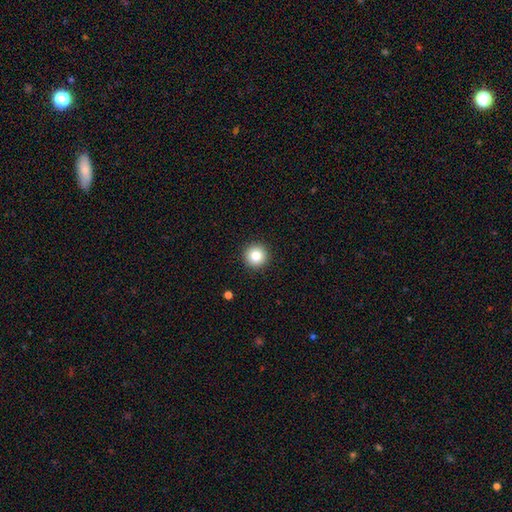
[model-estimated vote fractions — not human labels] Smooth or featured?
  - smooth: 83% *
  - star or artifact: 10%
  - featured or disk: 7%
How rounded?
  - round: 96% *
  - in between: 3%
  - cigar-shaped: 1%
Merging?
  - none: 93% *
  - minor disturbance: 4%
  - major disturbance: 2%
  - merger: 1%